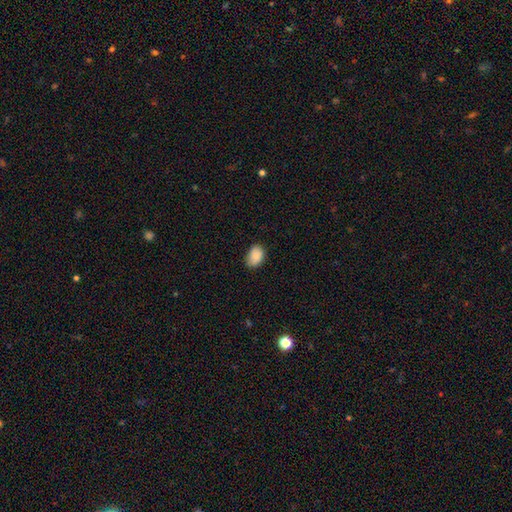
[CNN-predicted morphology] Smooth or featured? smooth (89%)
How rounded? in between (82%)
Merging? none (74%)